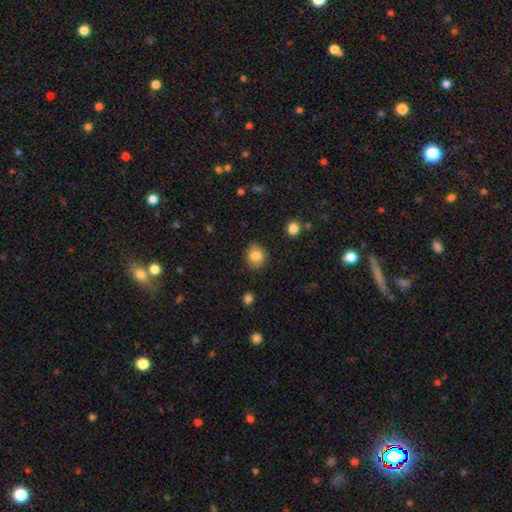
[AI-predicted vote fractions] Smooth or featured: smooth — 83% (star or artifact — 9%)
How rounded: round — 72% (in between — 27%)
Merging: none — 85% (minor disturbance — 11%)